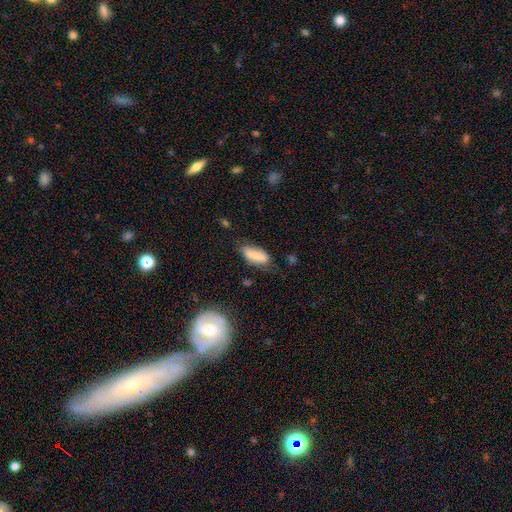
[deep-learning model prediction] Smooth or featured: smooth — 75% (featured or disk — 18%)
How rounded: in between — 81% (cigar-shaped — 16%)
Merging: none — 58% (minor disturbance — 29%)